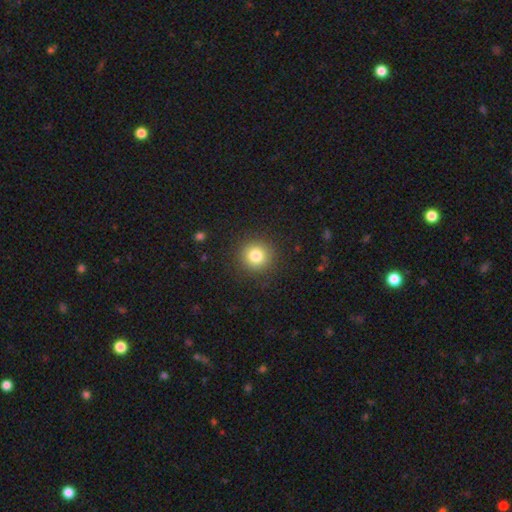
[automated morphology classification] smooth-or-featured: smooth: 81% | star or artifact: 12% | featured or disk: 7%
  how-rounded: round: 94% | in between: 5% | cigar-shaped: 1%
  merging: none: 91% | minor disturbance: 6% | major disturbance: 2% | merger: 1%